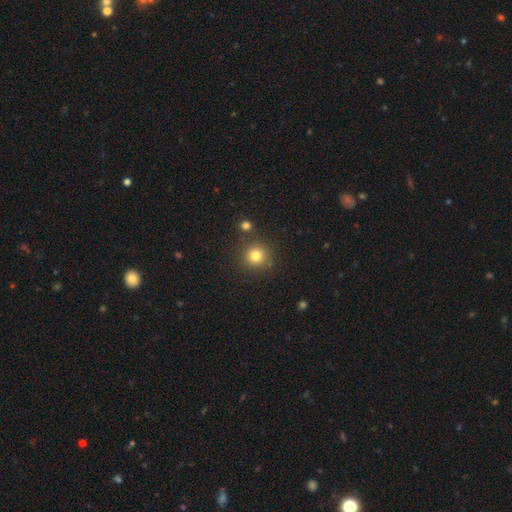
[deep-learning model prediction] Smooth or featured?
  - smooth: 80% *
  - star or artifact: 13%
  - featured or disk: 7%
How rounded?
  - round: 93% *
  - in between: 6%
  - cigar-shaped: 1%
Merging?
  - none: 83% *
  - minor disturbance: 8%
  - merger: 6%
  - major disturbance: 3%